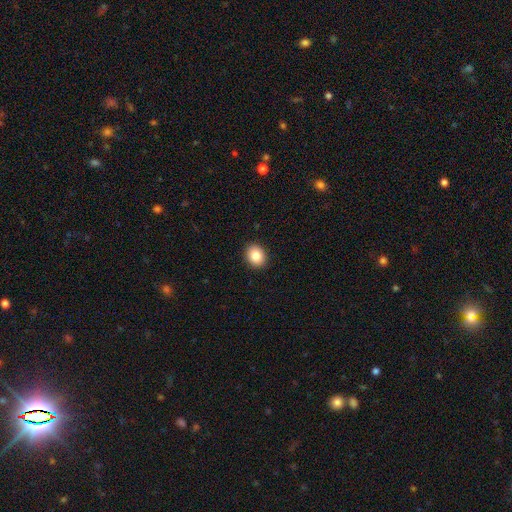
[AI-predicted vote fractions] smooth_or_featured: smooth (p=0.86) [alt: star or artifact p=0.09]
how_rounded: round (p=0.54) [alt: in between p=0.45]
merging: none (p=0.92) [alt: minor disturbance p=0.06]